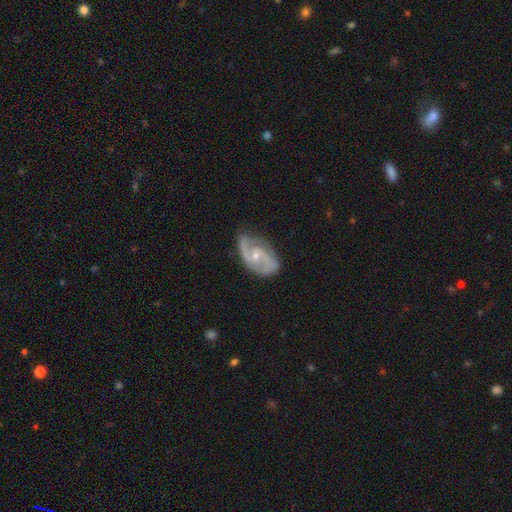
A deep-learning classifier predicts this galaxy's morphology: This appears to be a featured or disk galaxy (85%) with no bar (47%), 2 (82%) medium (51%) spiral arms (95%) and a small central bulge (58%). Merging: none (64%).